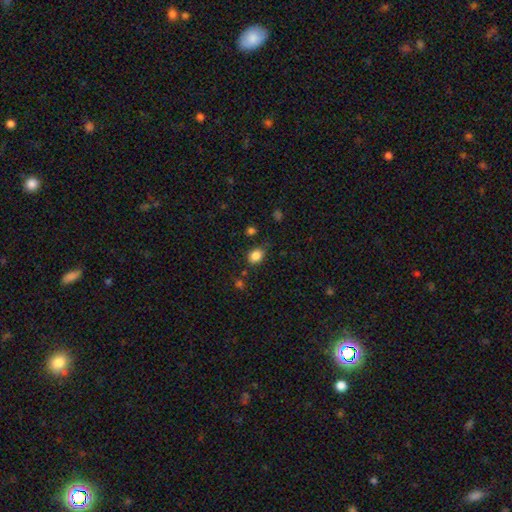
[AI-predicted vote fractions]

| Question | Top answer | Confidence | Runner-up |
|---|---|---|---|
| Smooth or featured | smooth | 85% | star or artifact (10%) |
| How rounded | in between | 59% | round (40%) |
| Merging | none | 76% | minor disturbance (16%) |